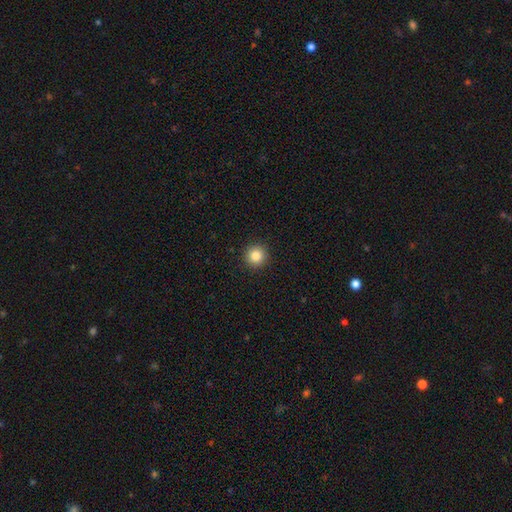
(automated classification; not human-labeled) smooth-or-featured: smooth: 85% | star or artifact: 11% | featured or disk: 5%
  how-rounded: round: 96% | in between: 3% | cigar-shaped: 1%
  merging: none: 93% | minor disturbance: 5% | major disturbance: 2% | merger: 1%